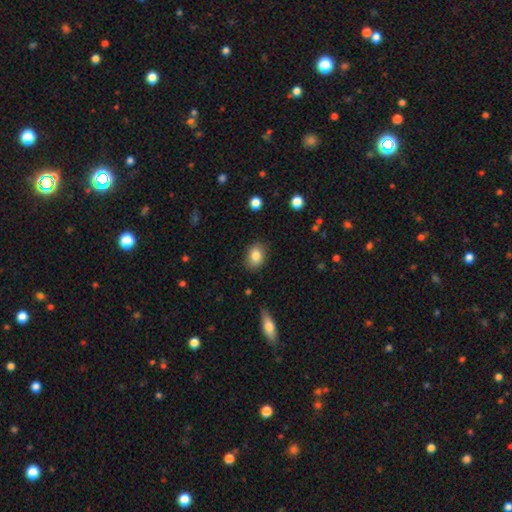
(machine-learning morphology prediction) A smooth galaxy with no disk features (83%) that is in between round and cigar-shaped (63%).

Vote fractions:
- Smooth or featured? smooth: 83% / featured or disk: 9% / star or artifact: 8%
- How rounded? in between: 63% / round: 36% / cigar-shaped: 1%
- Merging? none: 84% / minor disturbance: 12% / major disturbance: 3% / merger: 1%